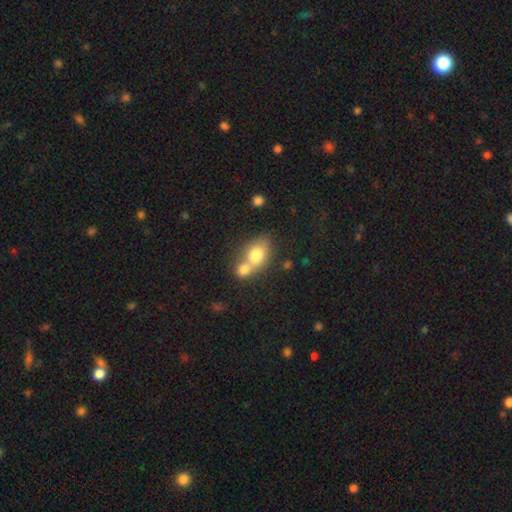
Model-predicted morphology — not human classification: This is likely a smooth galaxy (75%). How rounded: likely in between (66%). Merging: likely merger (60%).